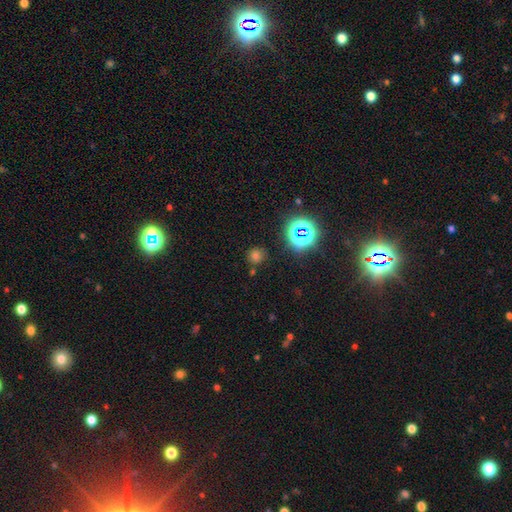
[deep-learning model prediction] This appears to be a smooth galaxy with no disk features (61%) that is round (88%). Merging: none (83%).